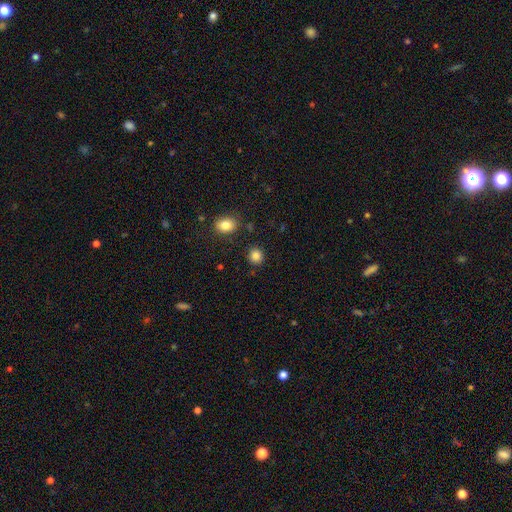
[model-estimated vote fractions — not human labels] A smooth galaxy with no disk features (85%) that is round (84%).

Vote fractions:
- Smooth or featured? smooth: 85% / star or artifact: 11% / featured or disk: 4%
- How rounded? round: 84% / in between: 15% / cigar-shaped: 1%
- Merging? none: 88% / minor disturbance: 7% / merger: 3% / major disturbance: 2%